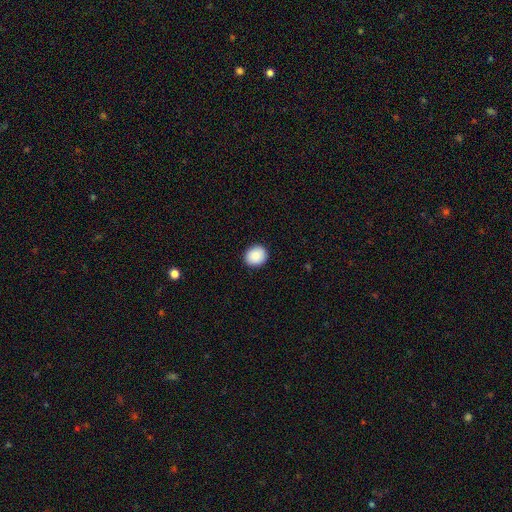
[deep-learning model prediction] Smooth or featured: smooth — 89% (star or artifact — 7%)
How rounded: round — 75% (in between — 24%)
Merging: none — 91% (minor disturbance — 6%)